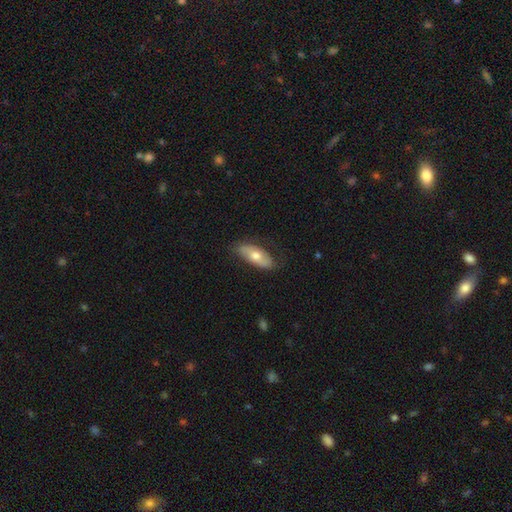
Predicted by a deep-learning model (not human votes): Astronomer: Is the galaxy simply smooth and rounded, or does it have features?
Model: smooth — 57% (runner-up: featured or disk, 37%).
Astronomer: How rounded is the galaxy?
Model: in between — 82%.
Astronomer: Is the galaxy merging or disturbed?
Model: none — 76%.